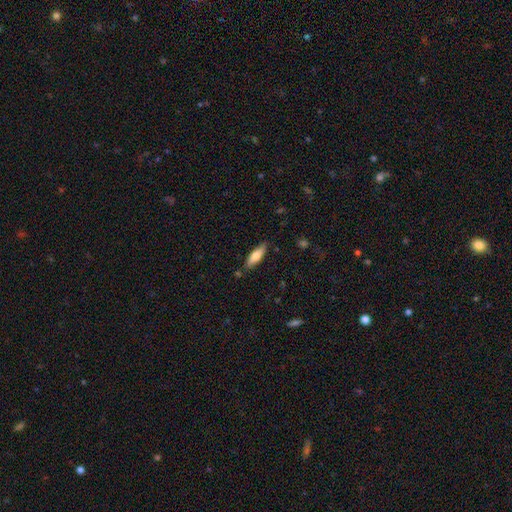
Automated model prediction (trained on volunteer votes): smooth-or-featured: smooth: 74% | featured or disk: 20% | star or artifact: 6%
  how-rounded: cigar-shaped: 51% | in between: 47% | round: 2%
  merging: none: 81% | minor disturbance: 14% | major disturbance: 3% | merger: 3%